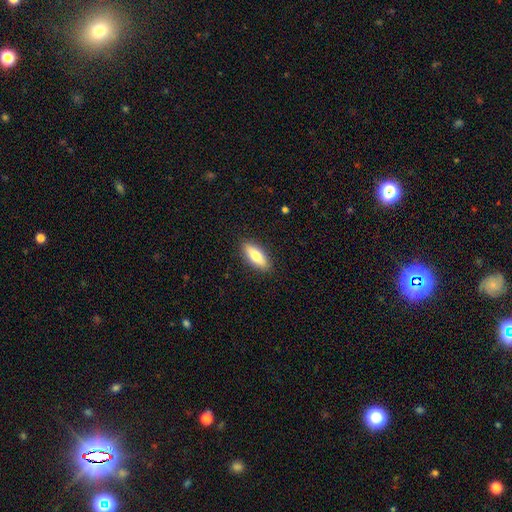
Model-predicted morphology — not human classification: This appears to be a smooth galaxy with no disk features (76%) that is in between round and cigar-shaped (66%). Merging: none (89%).